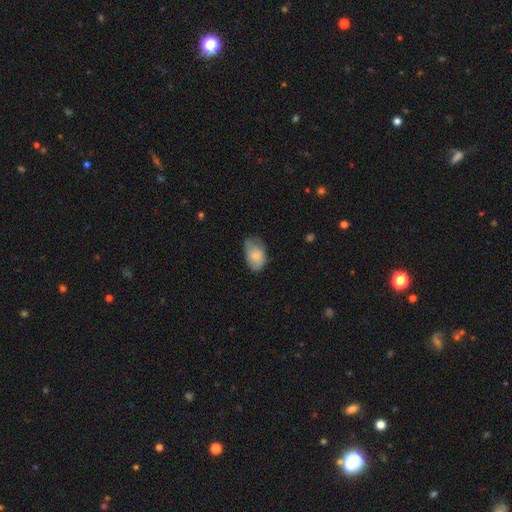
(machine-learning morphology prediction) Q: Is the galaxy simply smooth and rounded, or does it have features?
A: smooth — 78%.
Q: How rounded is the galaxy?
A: in between — 89%.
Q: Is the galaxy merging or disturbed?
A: none — 47%.